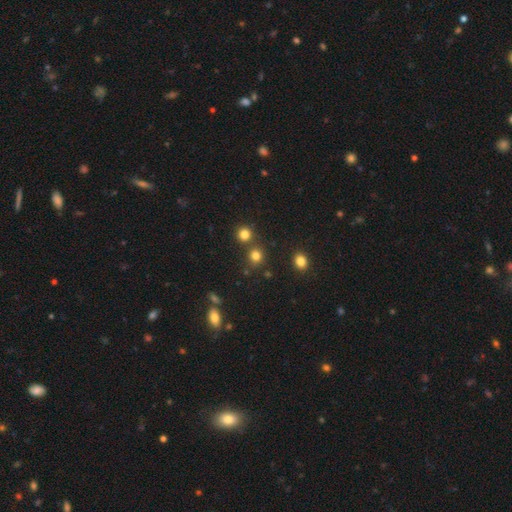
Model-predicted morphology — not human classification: Smooth or featured?
  - smooth: 78% *
  - star or artifact: 16%
  - featured or disk: 5%
How rounded?
  - round: 87% *
  - in between: 12%
  - cigar-shaped: 1%
Merging?
  - none: 75% *
  - merger: 15%
  - minor disturbance: 7%
  - major disturbance: 3%